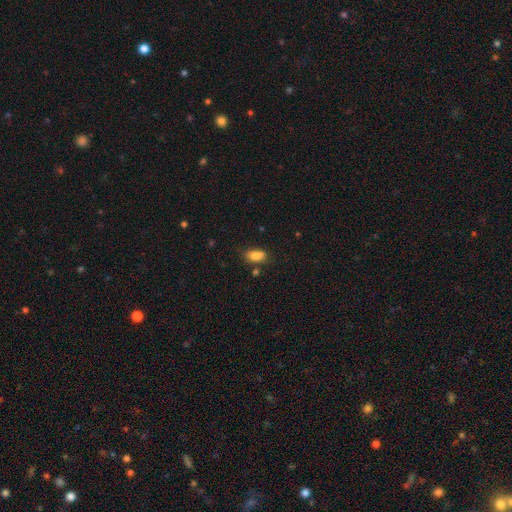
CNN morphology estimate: Q: Smooth or featured?
A: smooth (81%); runner-up: featured or disk (10%)
Q: How rounded?
A: in between (86%); runner-up: round (10%)
Q: Merging?
A: none (64%); runner-up: minor disturbance (19%)